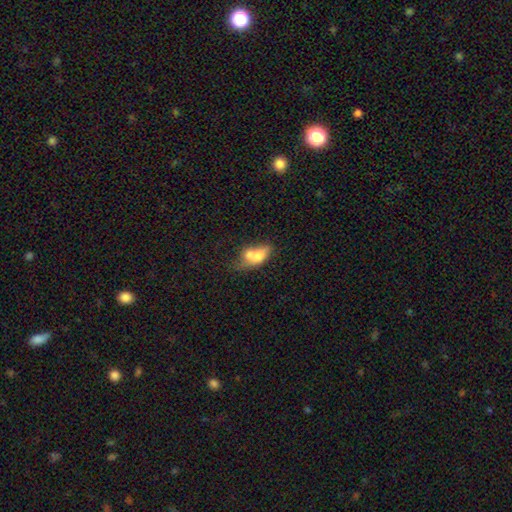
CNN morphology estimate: This appears to be a smooth galaxy with no disk features (65%) that is in between round and cigar-shaped (77%). Merging: merger (59%).